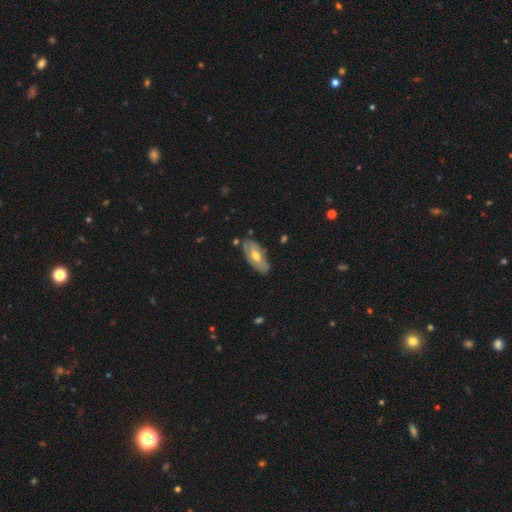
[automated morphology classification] Smooth or featured: featured or disk — 49% (smooth — 46%)
Merging: none — 78% (minor disturbance — 16%)